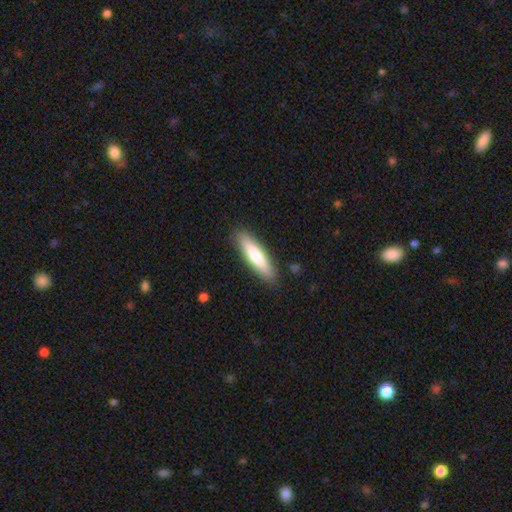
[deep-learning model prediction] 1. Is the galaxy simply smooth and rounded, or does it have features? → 70% smooth, 25% featured or disk, 5% star or artifact.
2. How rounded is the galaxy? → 75% cigar-shaped, 24% in between, 1% round.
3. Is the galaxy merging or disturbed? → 88% none, 9% minor disturbance, 2% major disturbance, 1% merger.